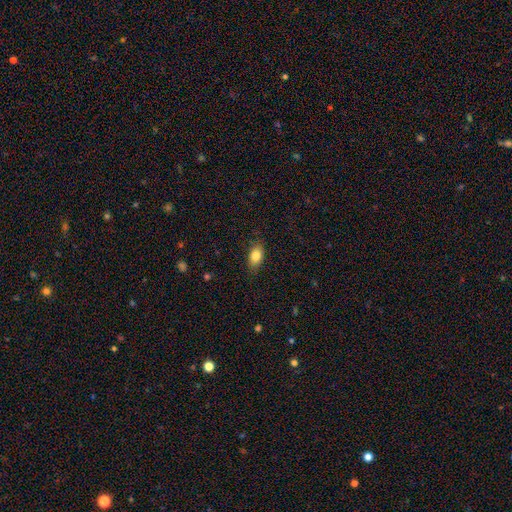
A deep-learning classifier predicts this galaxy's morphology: type=smooth (84%); roundness=in between (86%); merging=none (84%).